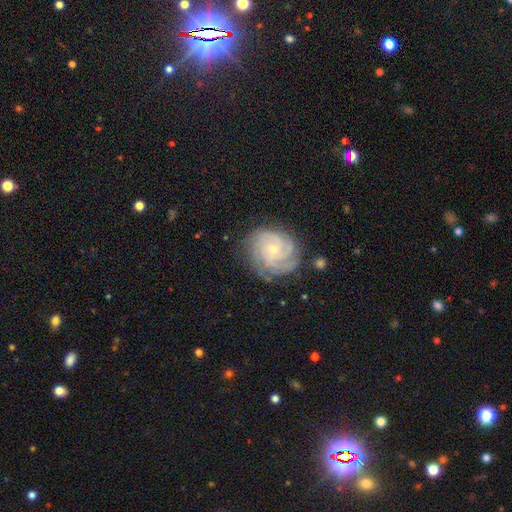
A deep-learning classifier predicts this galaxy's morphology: featured or disk 58%, star or artifact 25%, smooth 17%. Down the decision tree: edge-on disk — no (96%); bar — no (68%); spiral arms — yes (92%); spiral arm count — can't tell (34%); spiral winding — tight (75%); bulge size — small (65%); merging — none (81%).